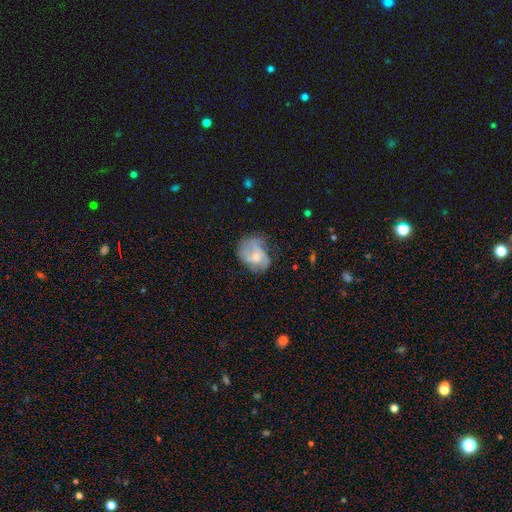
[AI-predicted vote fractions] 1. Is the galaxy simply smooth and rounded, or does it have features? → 52% featured or disk, 41% smooth, 7% star or artifact.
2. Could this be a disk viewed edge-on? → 97% no, 3% yes.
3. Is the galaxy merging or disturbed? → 45% none, 32% minor disturbance, 21% major disturbance, 2% merger.